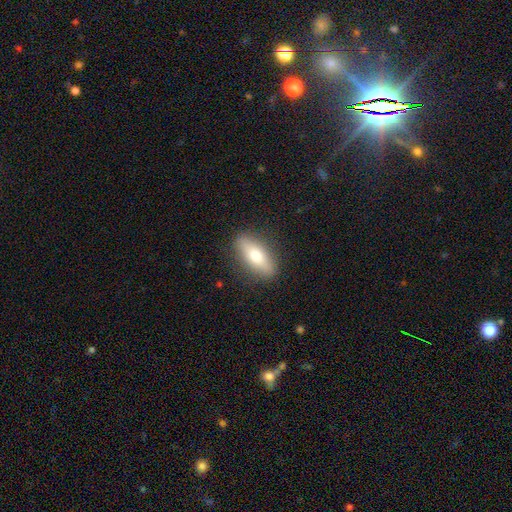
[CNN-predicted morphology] smooth_or_featured: smooth (p=0.62) [alt: featured or disk p=0.31]
how_rounded: in between (p=0.61) [alt: cigar-shaped p=0.36]
merging: none (p=0.87) [alt: minor disturbance p=0.09]